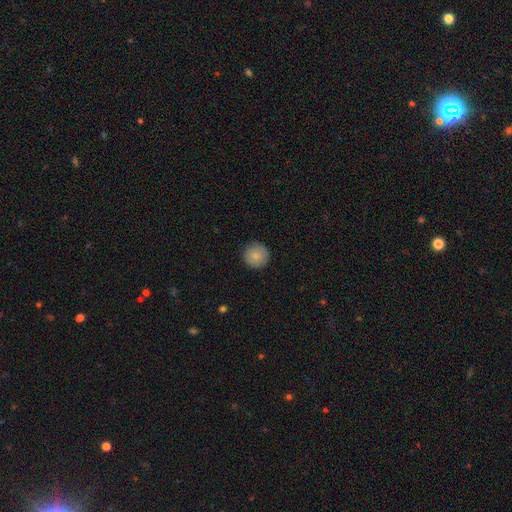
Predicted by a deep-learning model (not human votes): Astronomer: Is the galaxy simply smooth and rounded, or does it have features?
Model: smooth — 85%.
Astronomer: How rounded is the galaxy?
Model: round — 96%.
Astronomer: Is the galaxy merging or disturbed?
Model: none — 91%.